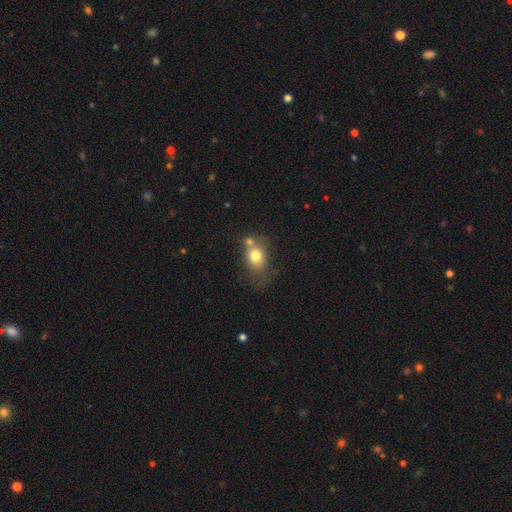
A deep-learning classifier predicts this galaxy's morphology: A smooth galaxy with no disk features (75%) that is in between round and cigar-shaped (54%).

Vote fractions:
- Smooth or featured? smooth: 75% / featured or disk: 15% / star or artifact: 10%
- How rounded? in between: 54% / round: 44% / cigar-shaped: 1%
- Merging? none: 38% / merger: 35% / minor disturbance: 18% / major disturbance: 9%